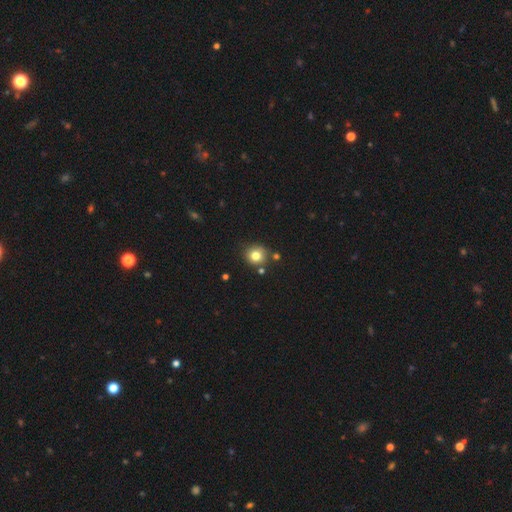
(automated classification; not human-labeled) A smooth galaxy with no disk features (79%) that is round (87%).

Vote fractions:
- Smooth or featured? smooth: 79% / star or artifact: 12% / featured or disk: 8%
- How rounded? round: 87% / in between: 12% / cigar-shaped: 1%
- Merging? none: 78% / minor disturbance: 11% / merger: 8% / major disturbance: 3%